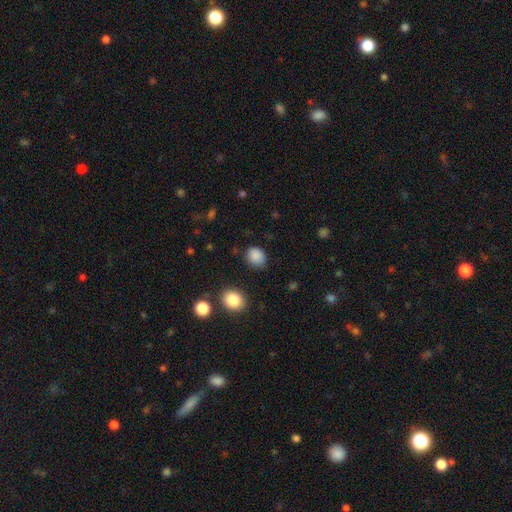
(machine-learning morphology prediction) Smooth or featured? Predicted: smooth (p=0.87). How rounded? Predicted: round (p=0.62). Merging? Predicted: none (p=0.80).